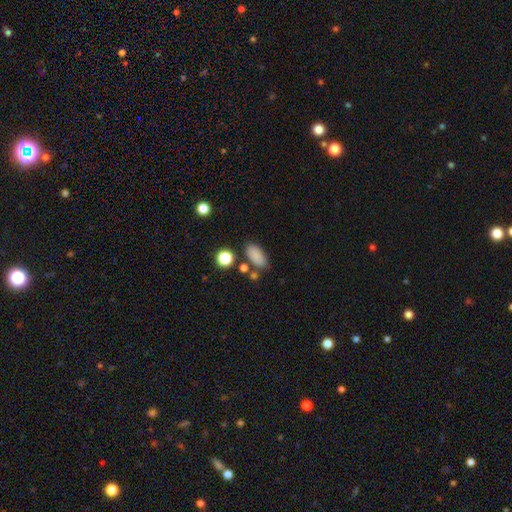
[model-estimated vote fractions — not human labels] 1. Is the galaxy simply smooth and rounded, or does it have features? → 84% smooth, 11% star or artifact, 5% featured or disk.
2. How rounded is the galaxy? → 90% in between, 6% round, 5% cigar-shaped.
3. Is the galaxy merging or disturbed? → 73% none, 13% minor disturbance, 9% merger, 4% major disturbance.